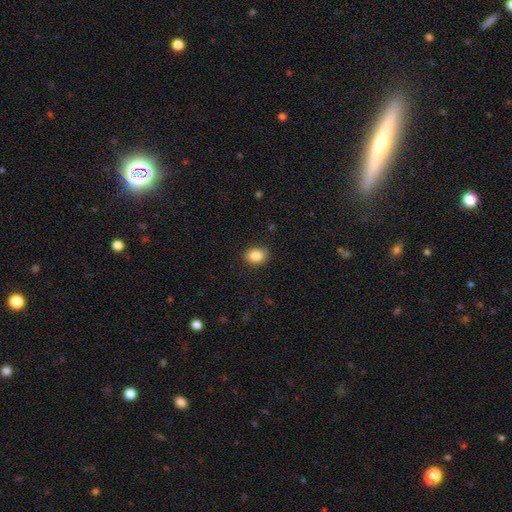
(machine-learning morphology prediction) Smooth or featured? smooth (86%)
How rounded? in between (54%)
Merging? none (87%)